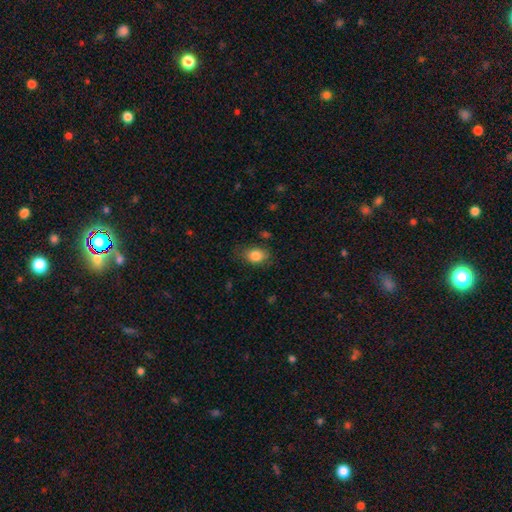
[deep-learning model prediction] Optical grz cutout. It shows a smooth galaxy with no disk features (84%) that is in between round and cigar-shaped (77%). Merging: none (77%).